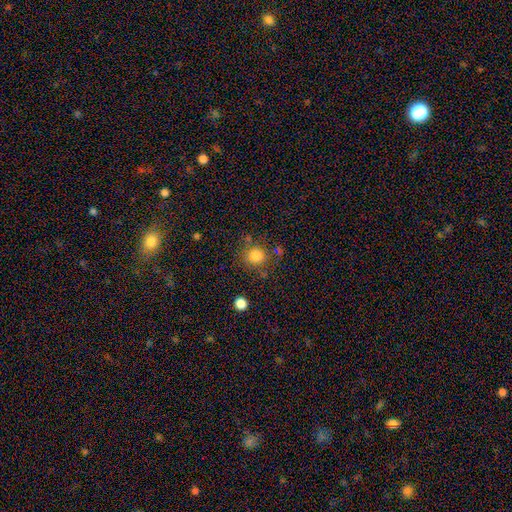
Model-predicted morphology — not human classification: Overall: smooth (82%). How rounded: round (90%). Merging: none (76%).